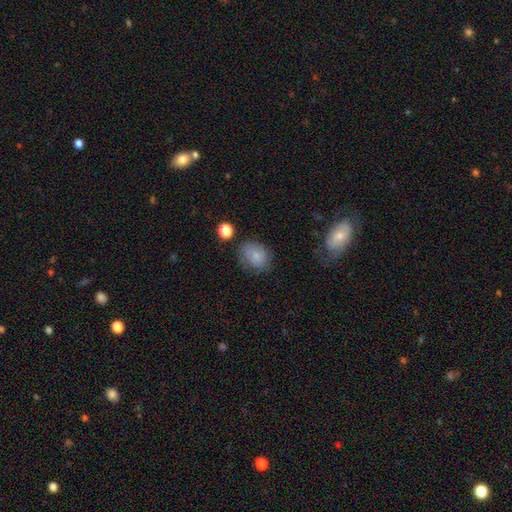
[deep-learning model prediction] Q: Smooth or featured?
A: smooth (73%); runner-up: featured or disk (17%)
Q: How rounded?
A: in between (52%); runner-up: round (47%)
Q: Merging?
A: none (66%); runner-up: minor disturbance (22%)